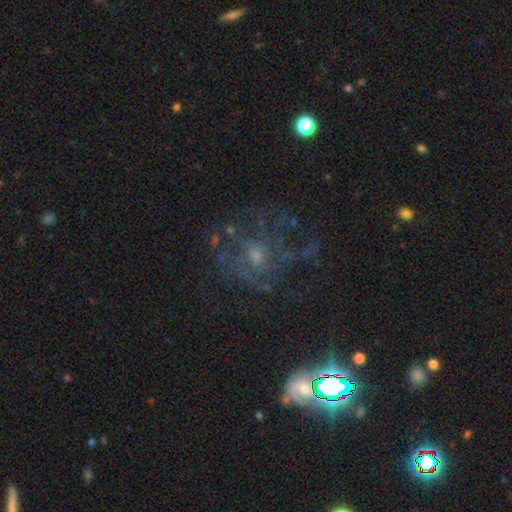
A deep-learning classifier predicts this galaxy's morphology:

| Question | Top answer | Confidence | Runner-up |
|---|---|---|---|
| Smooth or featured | featured or disk | 65% | star or artifact (18%) |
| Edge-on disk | no | 97% | yes (3%) |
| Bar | no | 72% | weak (24%) |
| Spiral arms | yes | 68% | no (32%) |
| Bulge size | small | 47% | moderate (41%) |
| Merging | none | 56% | major disturbance (24%) |